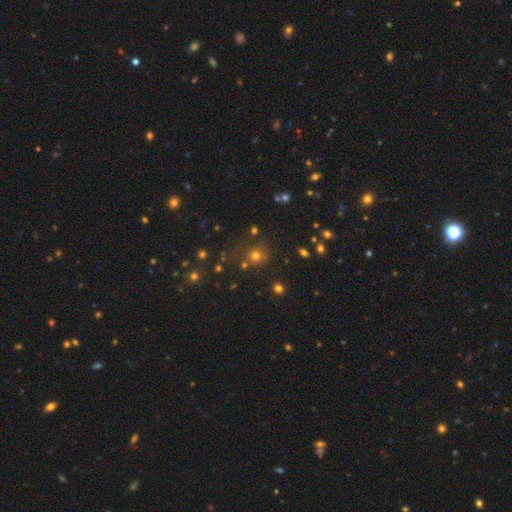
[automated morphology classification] type=smooth (66%); roundness=round (88%); merging=none (76%).